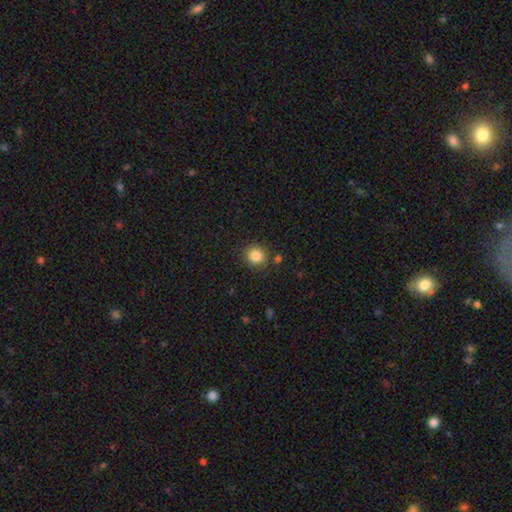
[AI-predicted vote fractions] The model was most divided on "smooth or featured": smooth: 85%, star or artifact: 11%, featured or disk: 5%. More confident: how rounded — round (87%); merging — none (86%).